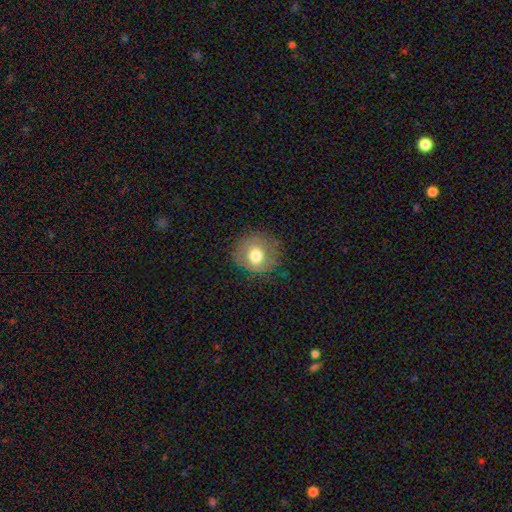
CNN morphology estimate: Smooth or featured? Predicted: smooth (p=0.71). How rounded? Predicted: round (p=0.87). Merging? Predicted: none (p=0.80).